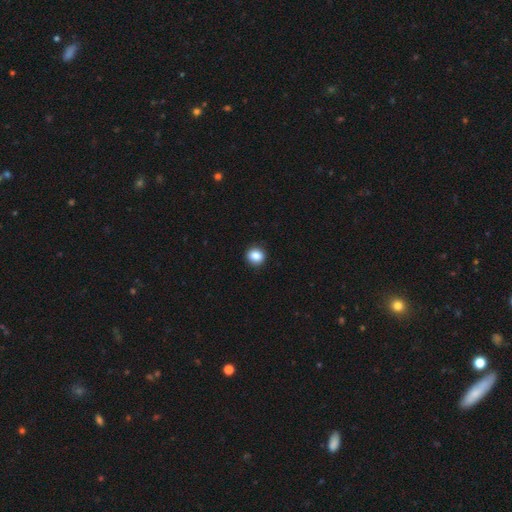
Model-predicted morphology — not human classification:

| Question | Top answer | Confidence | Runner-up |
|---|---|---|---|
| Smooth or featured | smooth | 86% | star or artifact (9%) |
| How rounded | round | 78% | in between (21%) |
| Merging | none | 91% | minor disturbance (6%) |